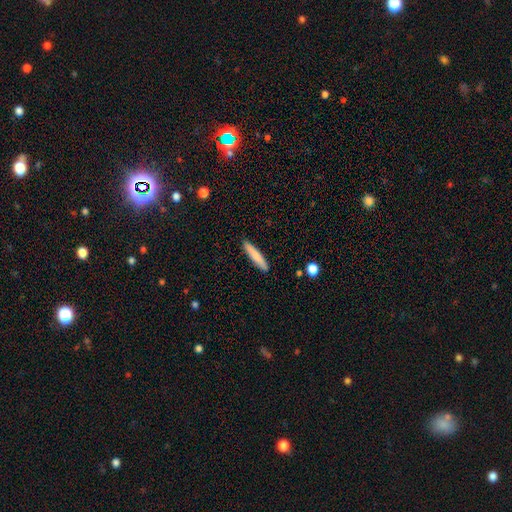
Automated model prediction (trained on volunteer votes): smooth 74%, featured or disk 20%, star or artifact 6%. Down the decision tree: how rounded — cigar-shaped (90%); merging — none (90%).